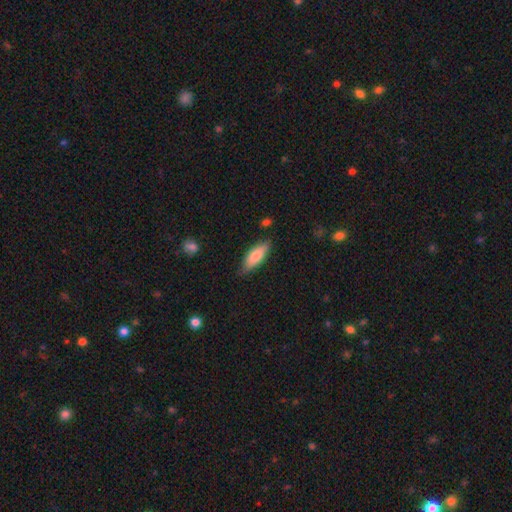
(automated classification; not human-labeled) A smooth galaxy with no disk features (78%) that is in between round and cigar-shaped (67%). Merging: none (74%).